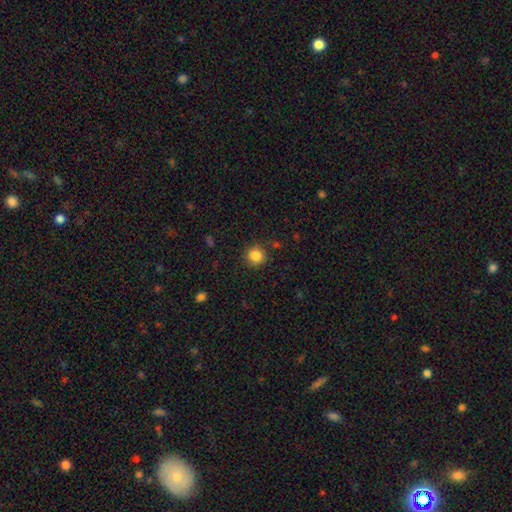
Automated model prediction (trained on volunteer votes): This is clearly a smooth galaxy (85%). How rounded: clearly round (91%). Merging: clearly none (87%).